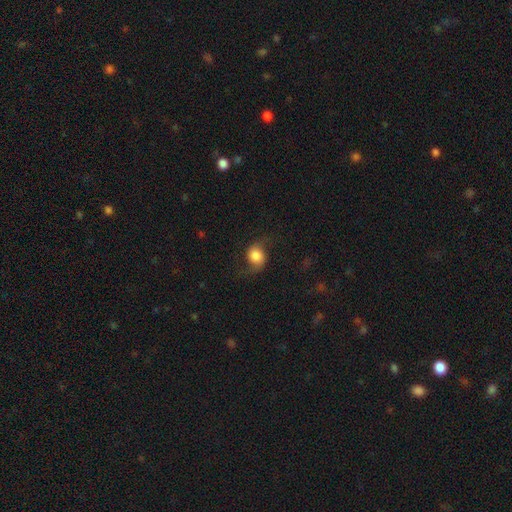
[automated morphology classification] A smooth galaxy with no disk features (49%).

Vote fractions:
- Smooth or featured? smooth: 49% / featured or disk: 42% / star or artifact: 10%
- Merging? none: 68% / minor disturbance: 18% / major disturbance: 13% / merger: 1%